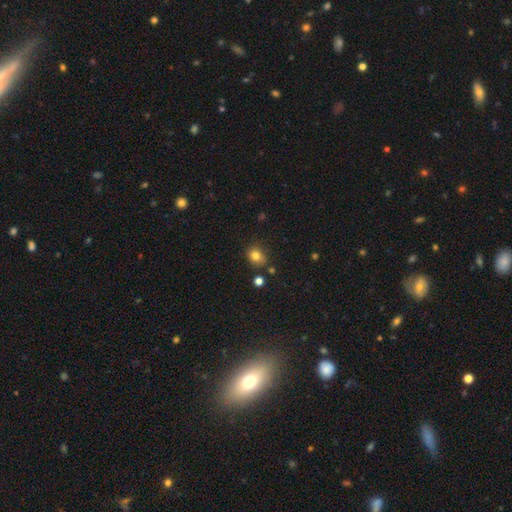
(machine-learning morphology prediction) Smooth or featured: smooth — 80% (star or artifact — 13%)
How rounded: round — 65% (in between — 35%)
Merging: none — 74% (minor disturbance — 17%)